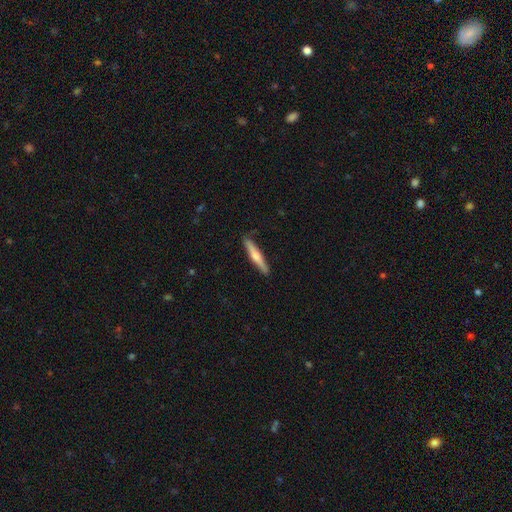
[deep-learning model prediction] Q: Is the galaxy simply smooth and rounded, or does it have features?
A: featured or disk — 48%.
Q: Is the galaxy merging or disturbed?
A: none — 88%.